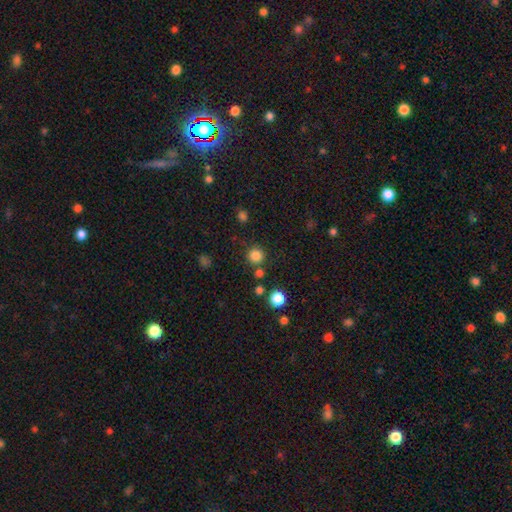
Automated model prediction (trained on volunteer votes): A smooth galaxy with no disk features (82%) that is round (94%).

Vote fractions:
- Smooth or featured? smooth: 82% / star or artifact: 14% / featured or disk: 4%
- How rounded? round: 94% / in between: 5% / cigar-shaped: 1%
- Merging? none: 83% / minor disturbance: 7% / merger: 7% / major disturbance: 3%